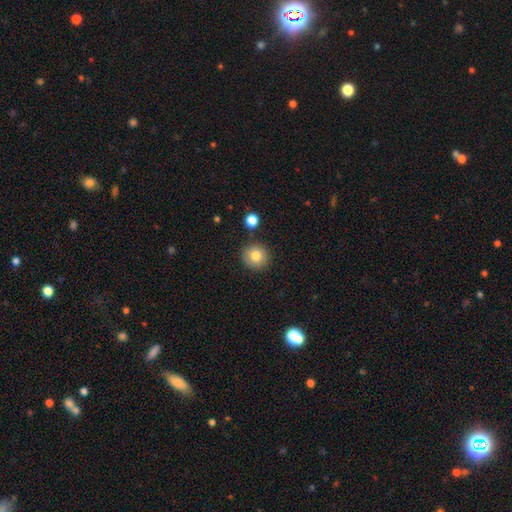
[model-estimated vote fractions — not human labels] Q: Smooth or featured?
A: smooth (81%); runner-up: star or artifact (10%)
Q: How rounded?
A: round (93%); runner-up: in between (6%)
Q: Merging?
A: none (86%); runner-up: minor disturbance (8%)